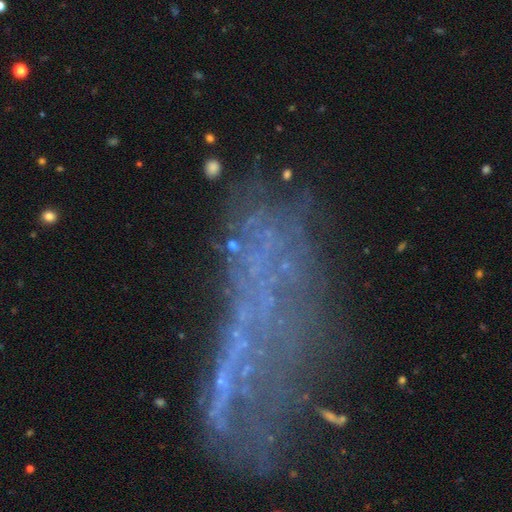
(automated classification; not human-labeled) smooth-or-featured: featured or disk: 49% | star or artifact: 33% | smooth: 18%
  merging: none: 41% | major disturbance: 33% | minor disturbance: 16% | merger: 10%